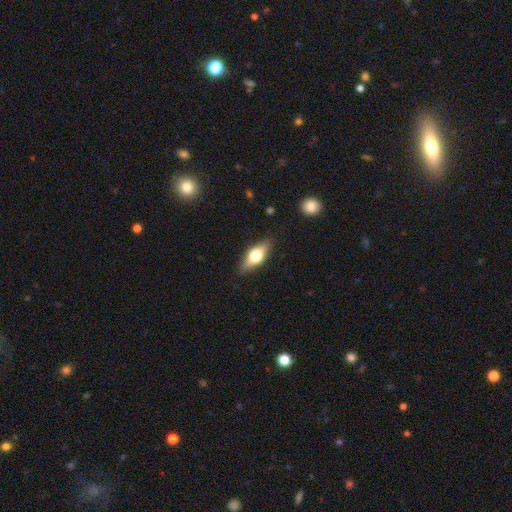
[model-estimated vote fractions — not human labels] A smooth galaxy with no disk features (53%) that is in between round and cigar-shaped (73%). Merging: none (84%).